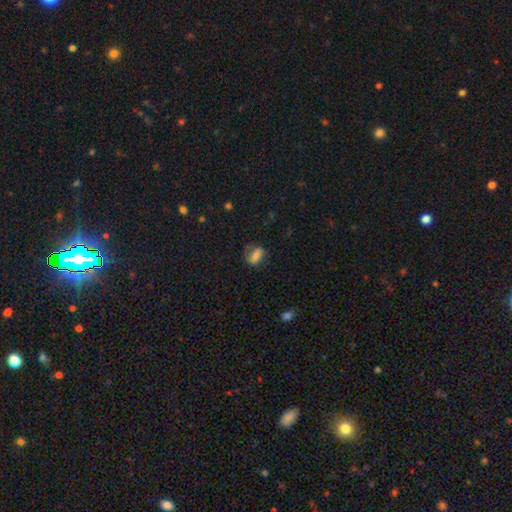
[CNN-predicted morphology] Smooth or featured? Predicted: smooth (p=0.66). How rounded? Predicted: in between (p=0.77). Merging? Predicted: none (p=0.67).